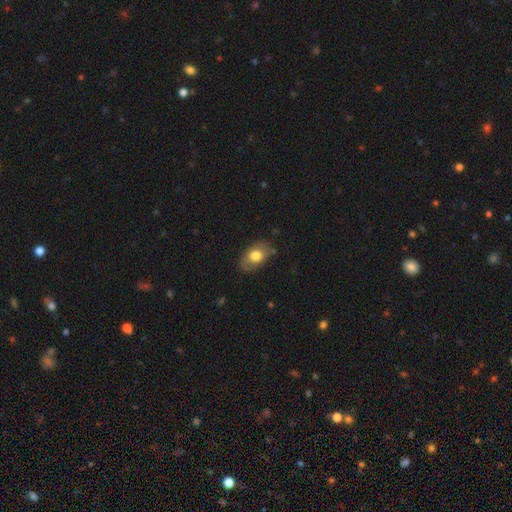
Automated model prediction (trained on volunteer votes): smooth 71%, featured or disk 22%, star or artifact 7%. Down the decision tree: how rounded — in between (85%); merging — none (76%).